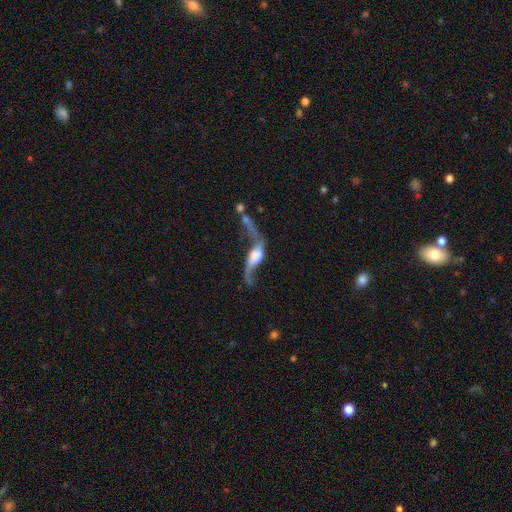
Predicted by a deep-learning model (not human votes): smooth_or_featured: featured or disk (p=0.76) [alt: smooth p=0.17]
disk_edge_on: no (p=0.82) [alt: yes p=0.18]
bar: no (p=0.52) [alt: weak p=0.31]
has_spiral_arms: yes (p=0.85) [alt: no p=0.15]
spiral_winding: loose (p=0.93) [alt: medium p=0.05]
spiral_arm_count: 2 (p=0.89) [alt: 1 p=0.05]
bulge_size: large (p=0.36) [alt: moderate p=0.24]
merging: none (p=0.32) [alt: merger p=0.27]